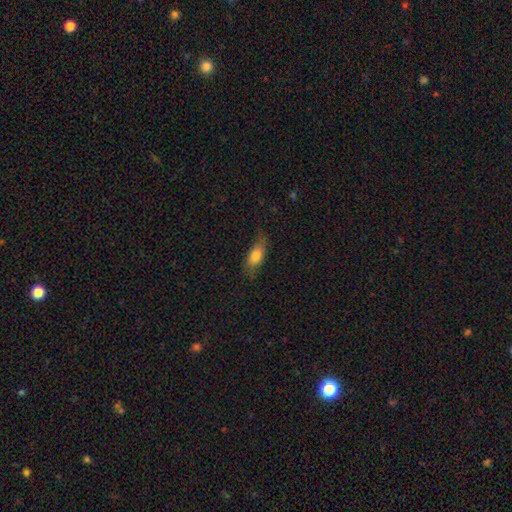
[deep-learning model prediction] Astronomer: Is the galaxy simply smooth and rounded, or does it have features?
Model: smooth — 74%.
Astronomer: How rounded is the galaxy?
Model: in between — 80%.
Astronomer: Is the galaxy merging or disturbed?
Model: none — 66%.